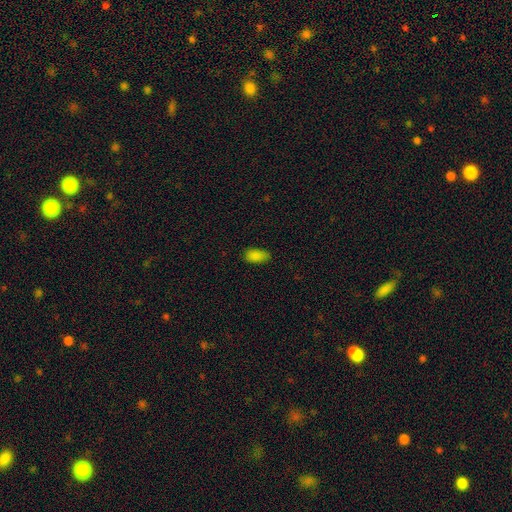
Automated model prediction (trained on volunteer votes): This appears to be a smooth galaxy with no disk features (85%) that is in between round and cigar-shaped (92%). Merging: none (80%).